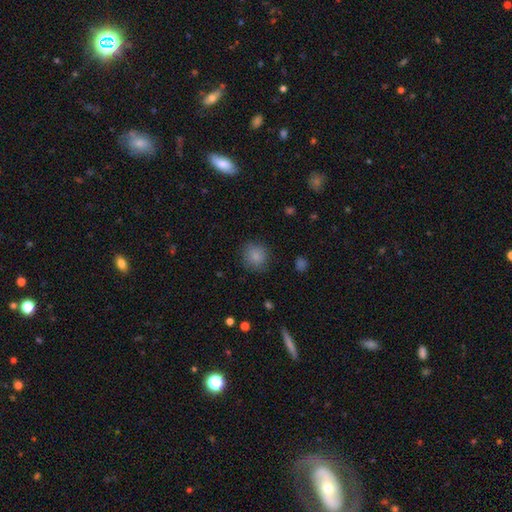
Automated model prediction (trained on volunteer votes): The model was most divided on "merging": none: 83%, minor disturbance: 12%, major disturbance: 4%, merger: 1%. More confident: how rounded — round (88%); smooth or featured — smooth (85%).